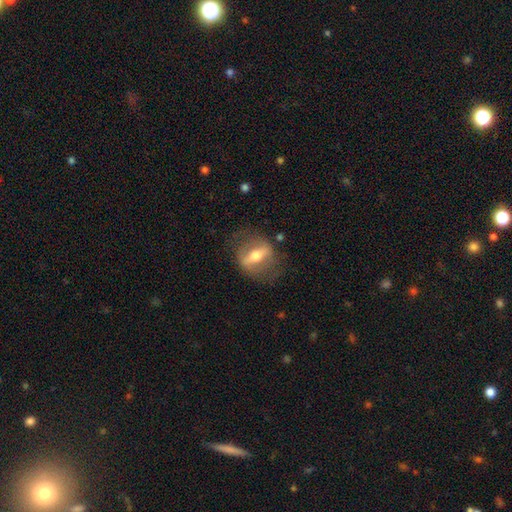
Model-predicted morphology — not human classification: Smooth or featured: featured or disk — 67% (smooth — 26%)
Edge-on disk: no — 68% (yes — 32%)
Merging: none — 70% (minor disturbance — 16%)